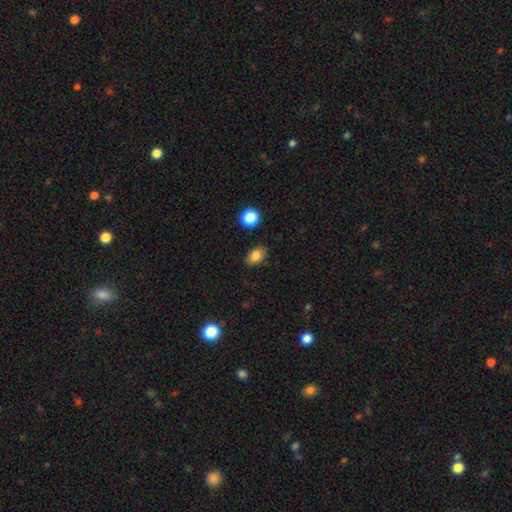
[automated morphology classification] smooth_or_featured: smooth (p=0.82) [alt: star or artifact p=0.10]
how_rounded: in between (p=0.82) [alt: round p=0.17]
merging: none (p=0.86) [alt: minor disturbance p=0.10]